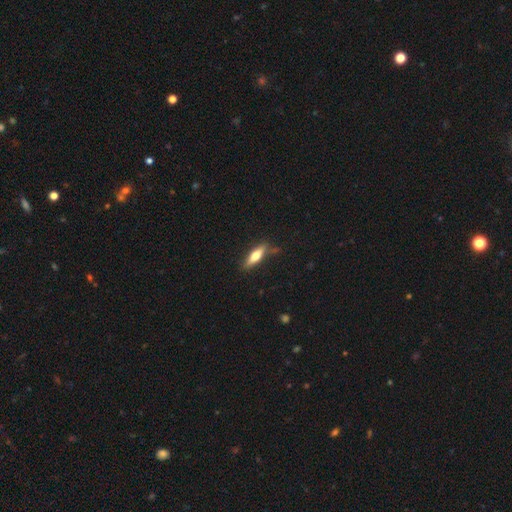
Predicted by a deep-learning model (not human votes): Morphology: type=smooth (58%); roundness=cigar-shaped (62%); merging=none (77%).